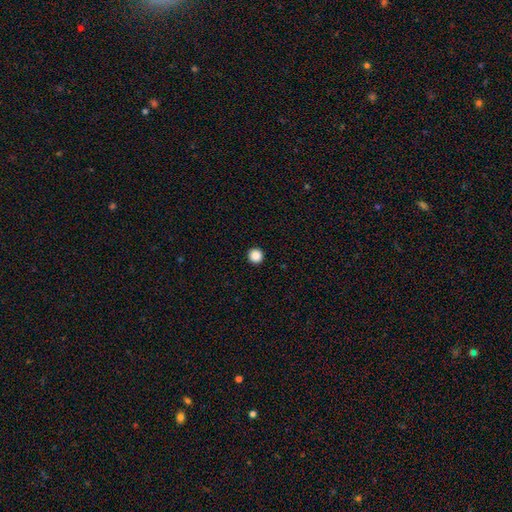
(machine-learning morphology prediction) smooth-or-featured: smooth: 88% | star or artifact: 10% | featured or disk: 3%
  how-rounded: round: 97% | in between: 3% | cigar-shaped: 1%
  merging: none: 94% | minor disturbance: 3% | major disturbance: 1% | merger: 1%